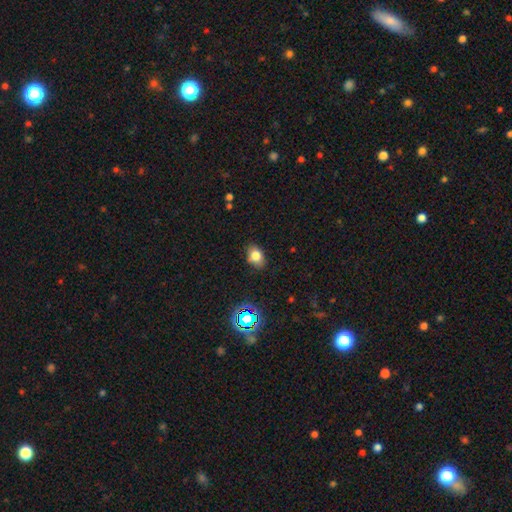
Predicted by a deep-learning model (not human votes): The model was most divided on "how rounded": in between: 75%, round: 24%, cigar-shaped: 1%. More confident: merging — none (81%); smooth or featured — smooth (76%).